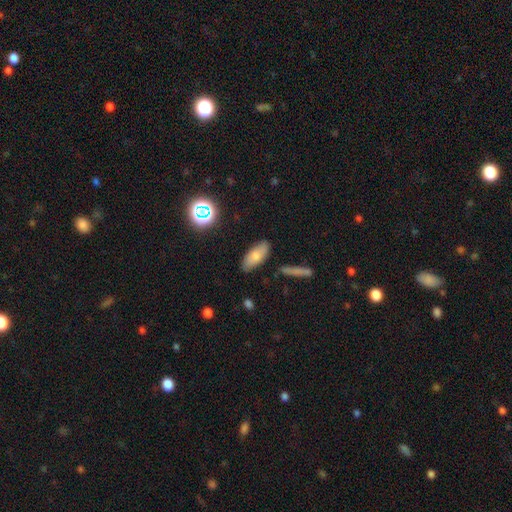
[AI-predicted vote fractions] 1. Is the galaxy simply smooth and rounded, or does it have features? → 74% smooth, 17% featured or disk, 9% star or artifact.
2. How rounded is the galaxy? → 83% in between, 14% cigar-shaped, 3% round.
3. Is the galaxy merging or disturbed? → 82% none, 13% minor disturbance, 3% major disturbance, 3% merger.